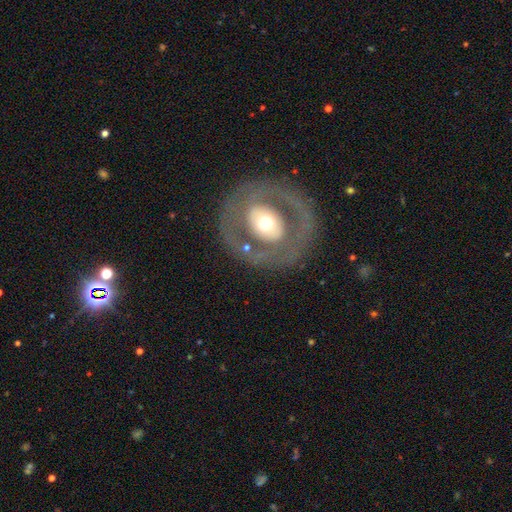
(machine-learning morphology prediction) A featured or disk galaxy (69%) with no bar (48%), no spiral arms (69%) and a moderate central bulge (64%).

Vote fractions:
- Smooth or featured? featured or disk: 69% / smooth: 23% / star or artifact: 8%
- Edge-on disk? no: 93% / yes: 7%
- Bar? no: 48% / weak: 29% / strong: 23%
- Spiral arms? no: 69% / yes: 31%
- Bulge size? moderate: 64% / small: 18% / large: 15% / dominant: 2% / none: 1%
- Merging? none: 80% / minor disturbance: 11% / major disturbance: 7% / merger: 2%